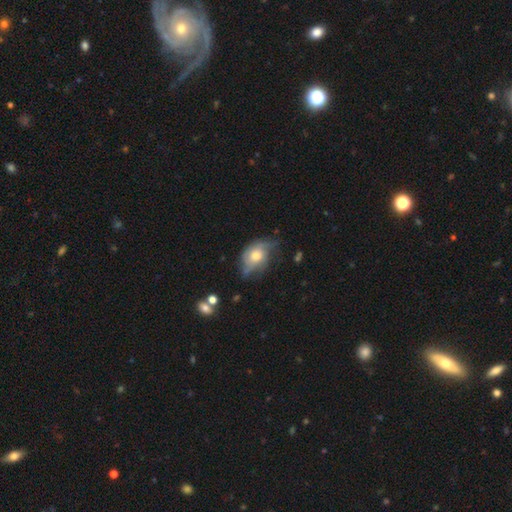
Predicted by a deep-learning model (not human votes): This is possibly a smooth galaxy (47%). Merging: marginally none (41%).